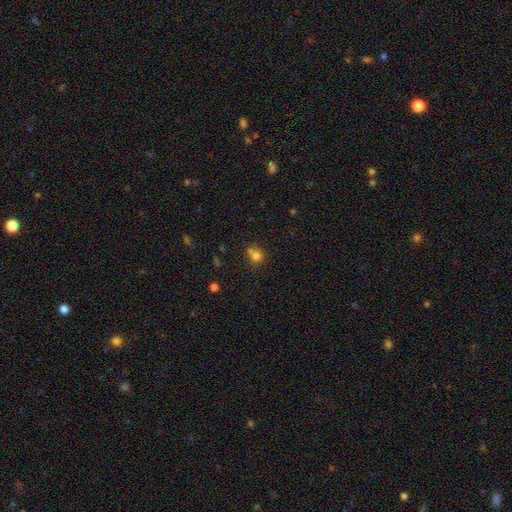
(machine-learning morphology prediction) This appears to be a smooth galaxy with no disk features (77%) that is round (85%). Merging: none (52%).